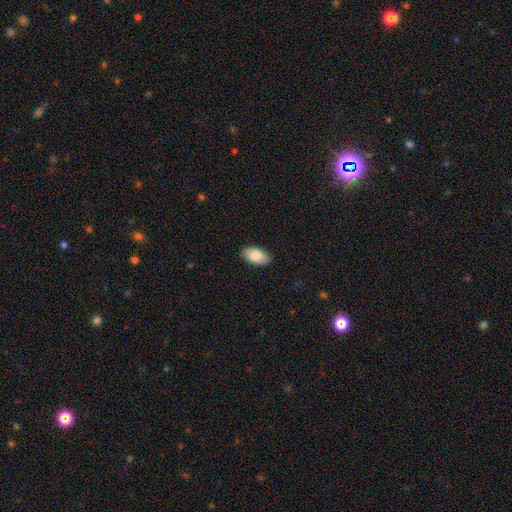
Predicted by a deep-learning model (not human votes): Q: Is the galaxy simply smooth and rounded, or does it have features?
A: smooth — 85%.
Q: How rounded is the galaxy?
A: in between — 95%.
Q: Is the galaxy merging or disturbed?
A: none — 87%.